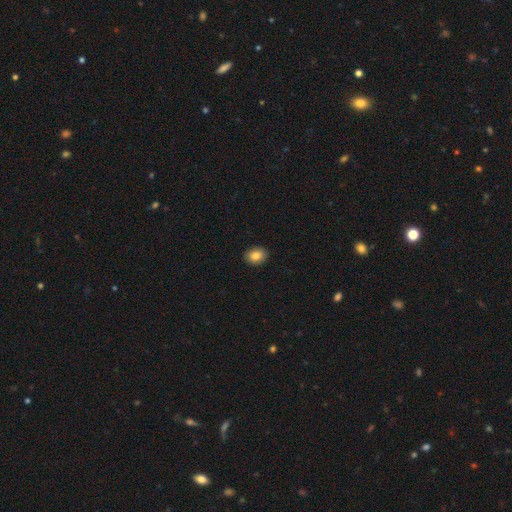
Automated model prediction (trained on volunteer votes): This appears to be a smooth galaxy with no disk features (85%) that is in between round and cigar-shaped (58%). Merging: none (91%).